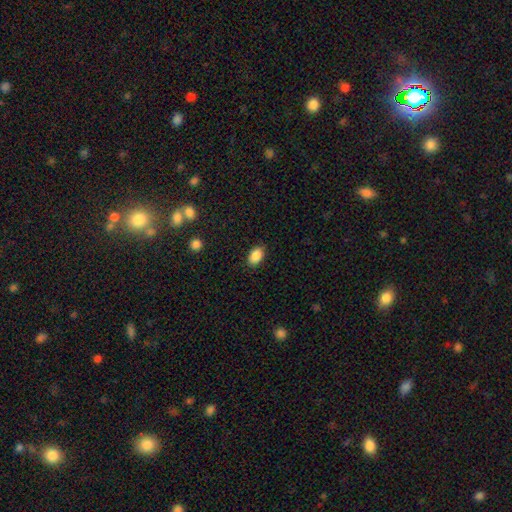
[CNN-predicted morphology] A smooth galaxy with no disk features (88%) that is in between round and cigar-shaped (90%). Merging: none (88%).